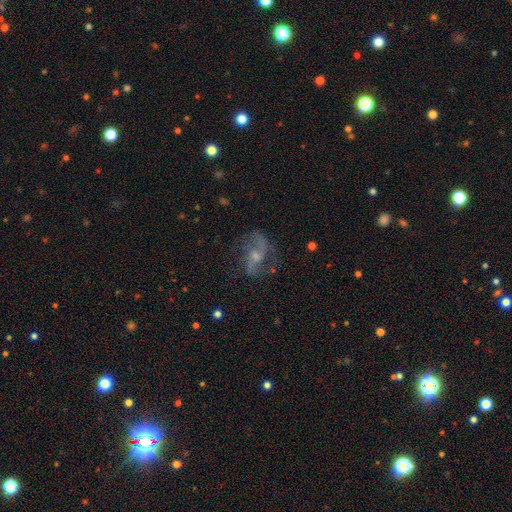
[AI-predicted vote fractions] Overall: featured or disk (80%). Edge-on disk: no (97%). Bar: no (49%; weak 42%). Spiral arms: yes (92%). Spiral arm count: 2 (82%). Spiral winding: loose (47%; medium 43%). Bulge size: small (51%; moderate 32%). Merging: none (62%).